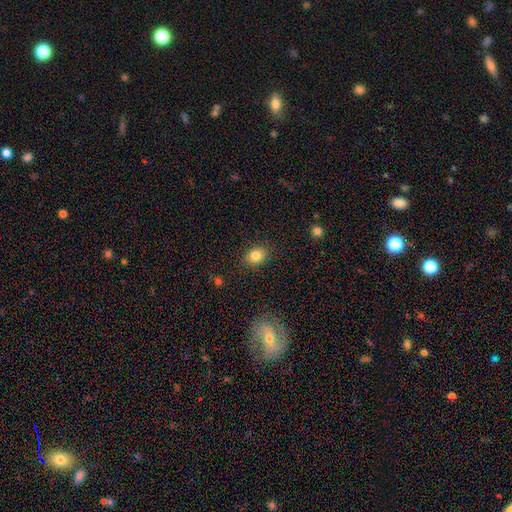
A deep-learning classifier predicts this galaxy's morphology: type=smooth (84%); roundness=in between (56%); merging=none (86%).